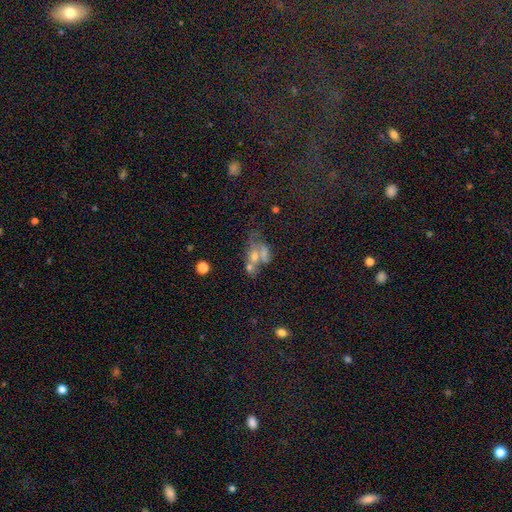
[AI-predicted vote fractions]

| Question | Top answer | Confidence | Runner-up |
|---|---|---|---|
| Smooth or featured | featured or disk | 38% | smooth (36%) |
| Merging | merger | 47% | none (25%) |